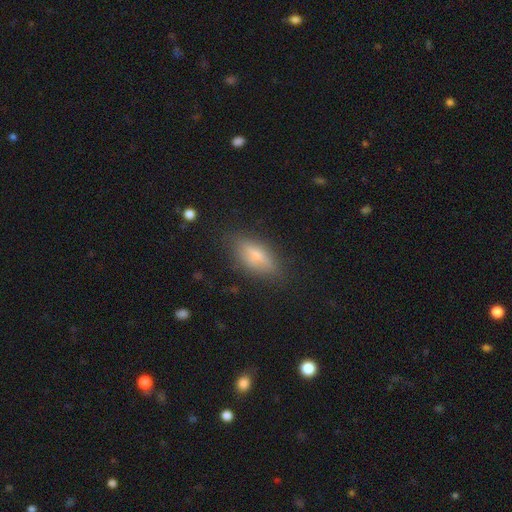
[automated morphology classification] smooth-or-featured: smooth: 58% | featured or disk: 33% | star or artifact: 9%
  how-rounded: in between: 69% | cigar-shaped: 27% | round: 4%
  merging: none: 77% | minor disturbance: 17% | major disturbance: 4% | merger: 1%